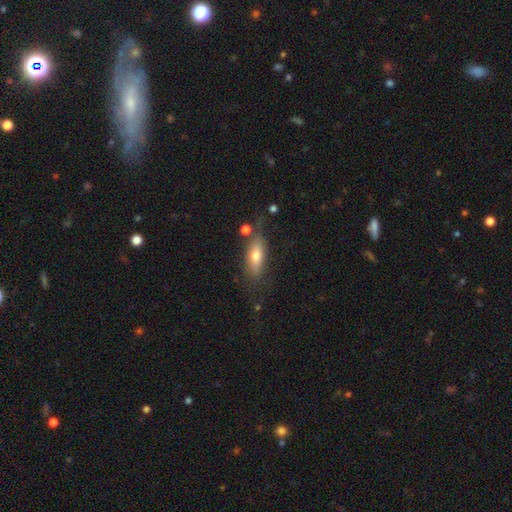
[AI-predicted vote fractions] This appears to be a smooth galaxy with no disk features (67%) that is in between round and cigar-shaped (65%). Merging: none (68%).